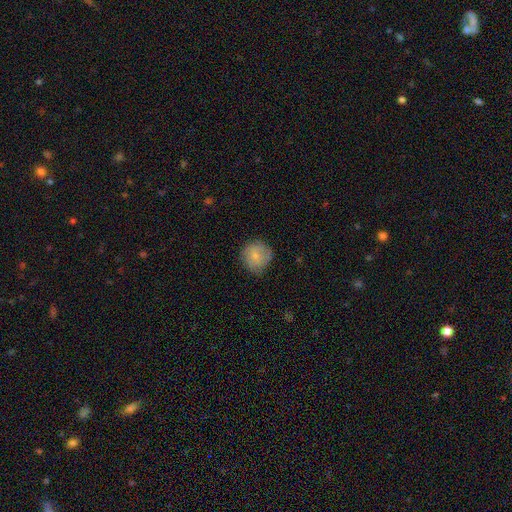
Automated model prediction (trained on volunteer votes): Smooth or featured? smooth (75%)
How rounded? round (92%)
Merging? none (70%)